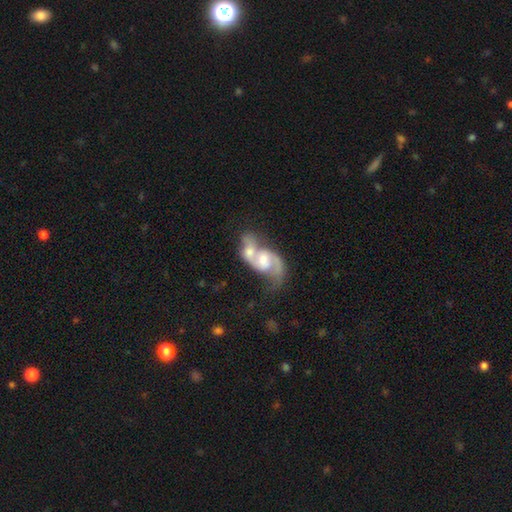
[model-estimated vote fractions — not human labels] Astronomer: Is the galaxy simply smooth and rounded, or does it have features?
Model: featured or disk — 79%.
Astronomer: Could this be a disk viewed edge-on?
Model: no — 97%.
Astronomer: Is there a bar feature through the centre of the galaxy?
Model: no — 54% (runner-up: weak, 35%).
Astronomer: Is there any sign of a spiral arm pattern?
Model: yes — 89%.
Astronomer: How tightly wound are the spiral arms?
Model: loose — 43%, tied with medium at 43%.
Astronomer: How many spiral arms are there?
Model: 2 — 74%.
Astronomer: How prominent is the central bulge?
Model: moderate — 57%.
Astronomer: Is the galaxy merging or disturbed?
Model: merger — 69%.